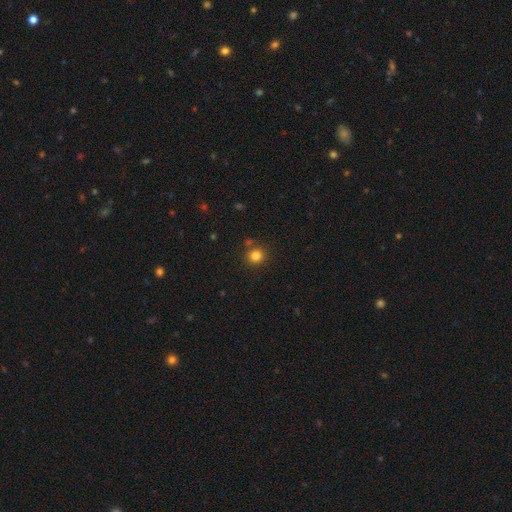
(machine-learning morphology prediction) Q: Smooth or featured?
A: smooth (82%); runner-up: star or artifact (13%)
Q: How rounded?
A: round (89%); runner-up: in between (10%)
Q: Merging?
A: none (81%); runner-up: minor disturbance (9%)